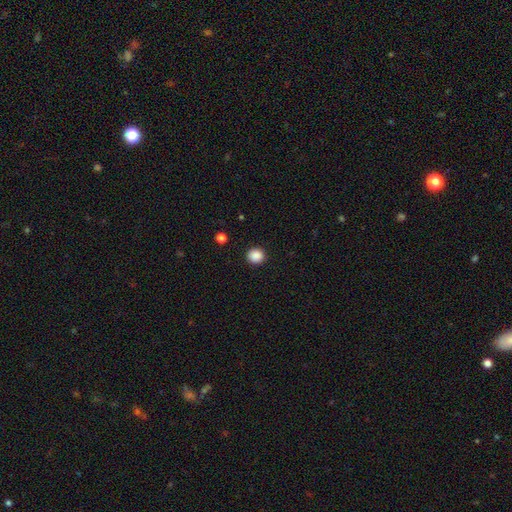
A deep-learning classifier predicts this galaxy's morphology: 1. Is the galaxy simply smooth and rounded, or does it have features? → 88% smooth, 9% star or artifact, 2% featured or disk.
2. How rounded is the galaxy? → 89% round, 10% in between, 1% cigar-shaped.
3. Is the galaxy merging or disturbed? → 92% none, 5% minor disturbance, 2% major disturbance, 1% merger.